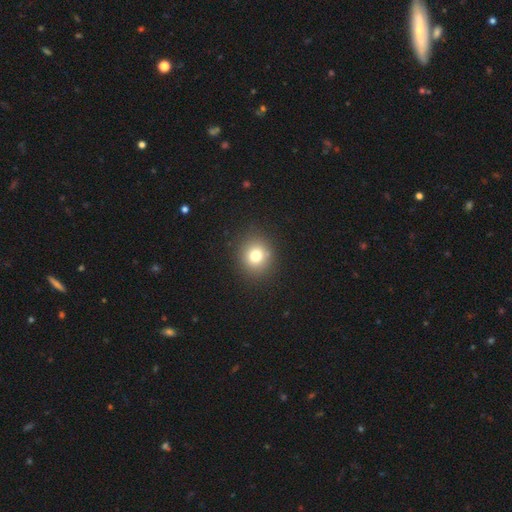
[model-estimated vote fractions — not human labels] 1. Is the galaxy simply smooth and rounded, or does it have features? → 77% smooth, 13% star or artifact, 9% featured or disk.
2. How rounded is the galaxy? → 85% round, 14% in between, 1% cigar-shaped.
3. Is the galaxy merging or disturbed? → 90% none, 7% minor disturbance, 3% major disturbance, 1% merger.